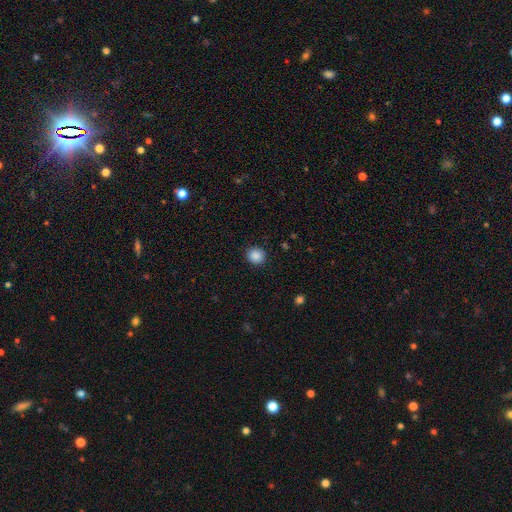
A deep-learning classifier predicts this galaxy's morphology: The model was most divided on "smooth or featured": smooth: 88%, star or artifact: 9%, featured or disk: 3%. More confident: merging — none (91%); how rounded — round (90%).